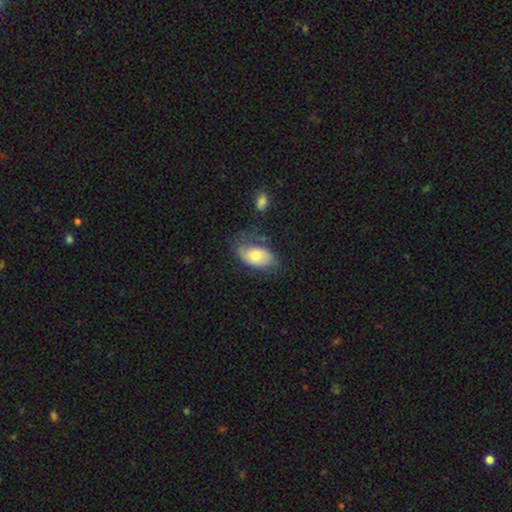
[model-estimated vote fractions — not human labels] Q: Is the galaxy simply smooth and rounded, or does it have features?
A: smooth — 59%.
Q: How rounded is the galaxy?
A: in between — 92%.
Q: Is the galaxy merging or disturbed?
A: none — 47%.